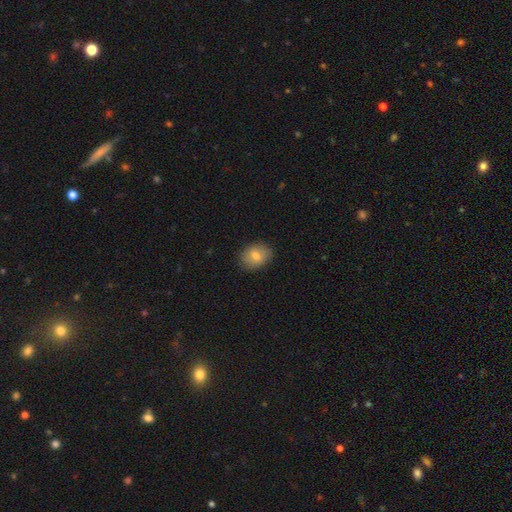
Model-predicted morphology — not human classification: Smooth or featured: smooth — 74% (featured or disk — 18%)
How rounded: in between — 57% (round — 42%)
Merging: none — 85% (minor disturbance — 11%)